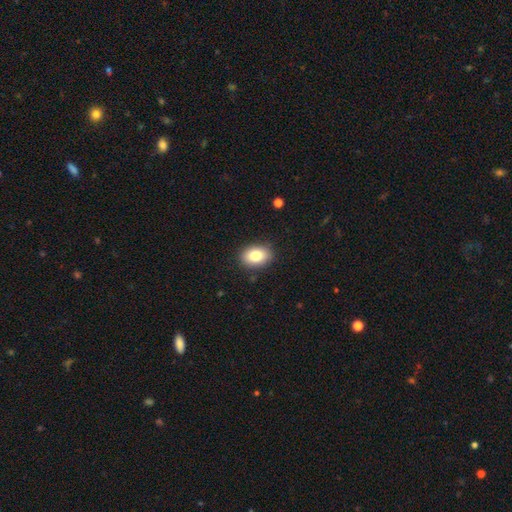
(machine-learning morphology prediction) smooth_or_featured: smooth (p=0.82) [alt: featured or disk p=0.09]
how_rounded: in between (p=0.77) [alt: round p=0.22]
merging: none (p=0.88) [alt: minor disturbance p=0.09]